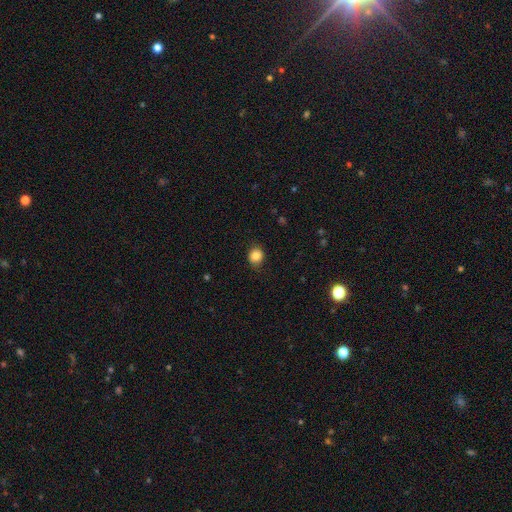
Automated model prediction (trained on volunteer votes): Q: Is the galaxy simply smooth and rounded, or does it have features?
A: smooth — 84%.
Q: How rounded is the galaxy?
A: round — 73%.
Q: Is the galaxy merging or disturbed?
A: none — 84%.